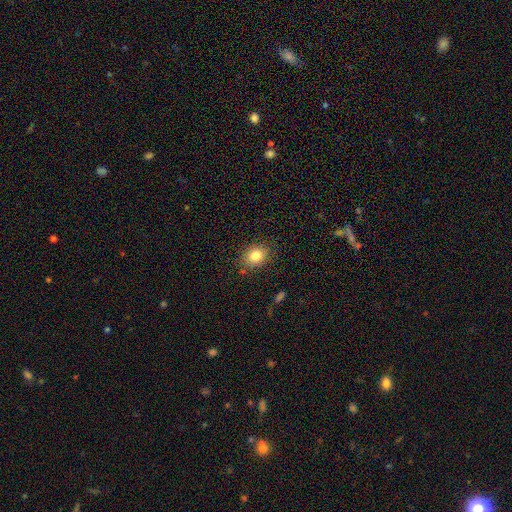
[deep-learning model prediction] A smooth galaxy with no disk features (82%) that is round (52%).

Vote fractions:
- Smooth or featured? smooth: 82% / star or artifact: 10% / featured or disk: 8%
- How rounded? round: 52% / in between: 47% / cigar-shaped: 1%
- Merging? none: 83% / minor disturbance: 12% / major disturbance: 3% / merger: 2%